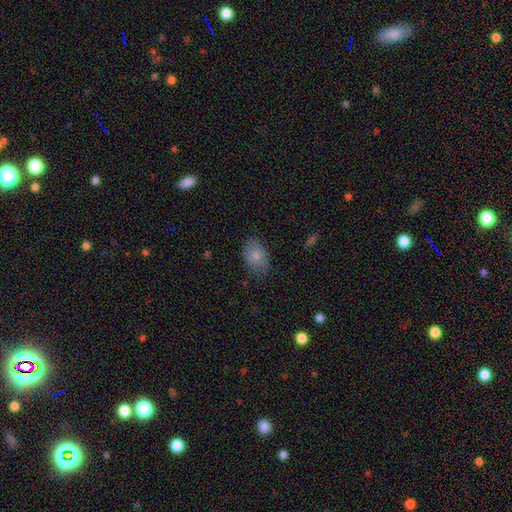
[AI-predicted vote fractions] smooth-or-featured: smooth: 82% | featured or disk: 10% | star or artifact: 7%
  how-rounded: in between: 86% | round: 12% | cigar-shaped: 1%
  merging: none: 76% | minor disturbance: 19% | major disturbance: 4% | merger: 1%